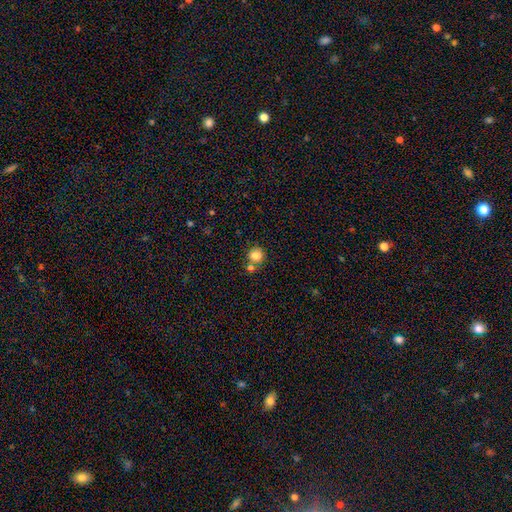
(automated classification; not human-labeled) smooth_or_featured: smooth (p=0.81) [alt: star or artifact p=0.11]
how_rounded: round (p=0.87) [alt: in between p=0.13]
merging: none (p=0.63) [alt: merger p=0.25]